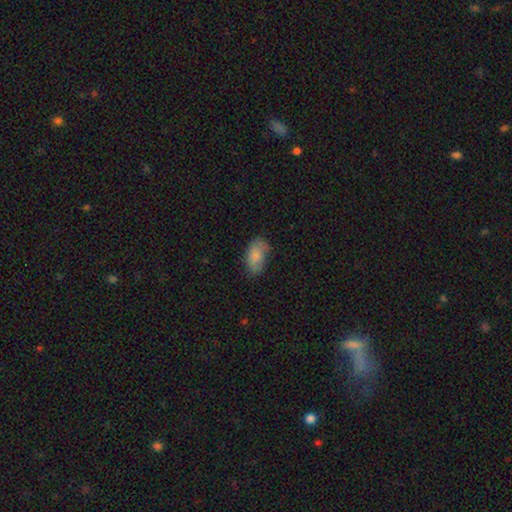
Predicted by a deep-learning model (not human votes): Smooth or featured: smooth — 82% (featured or disk — 11%)
How rounded: in between — 92% (round — 6%)
Merging: none — 63% (minor disturbance — 27%)